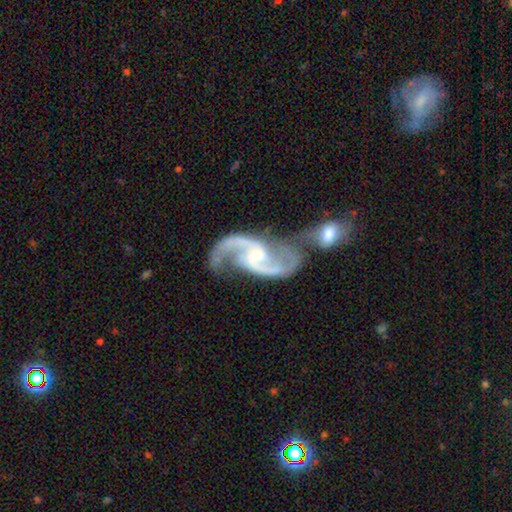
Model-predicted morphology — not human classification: type=featured or disk (93%); edge-on=no (98%); bar=weak (45%); spiral arms=yes (98%); winding=loose (46%); arm count=2 (94%); bulge=small (59%); merging=merger (50%).